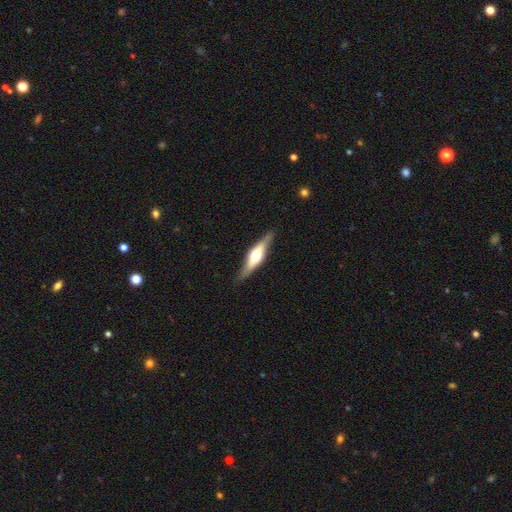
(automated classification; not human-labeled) This is likely a featured or disk galaxy (63%). It is clearly viewed edge-on (93%). Edge-on bulge: clearly rounded (87%). Merging: clearly none (85%).